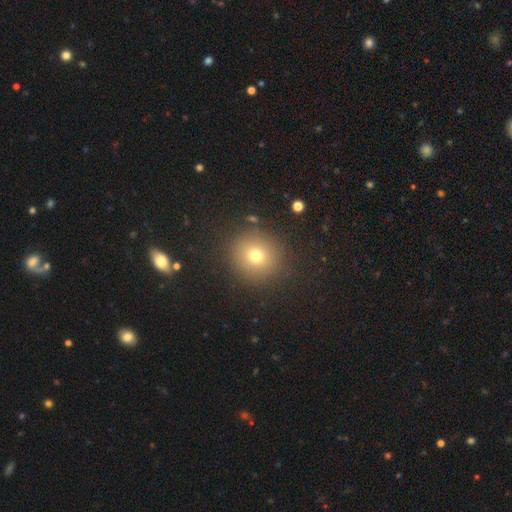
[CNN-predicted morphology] This appears to be a smooth galaxy with no disk features (72%) that is round (92%). Merging: none (88%).